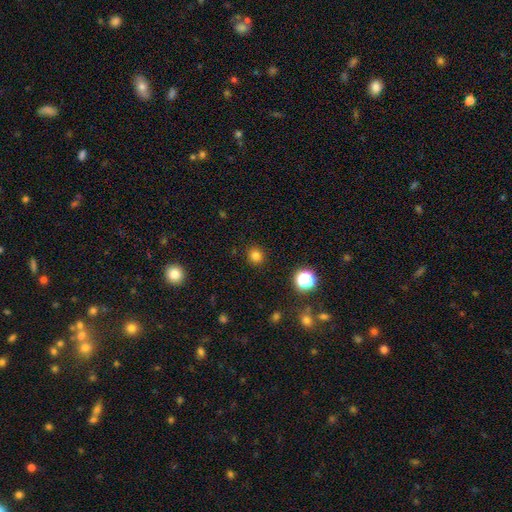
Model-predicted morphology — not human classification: Smooth or featured? smooth (80%)
How rounded? round (90%)
Merging? none (91%)